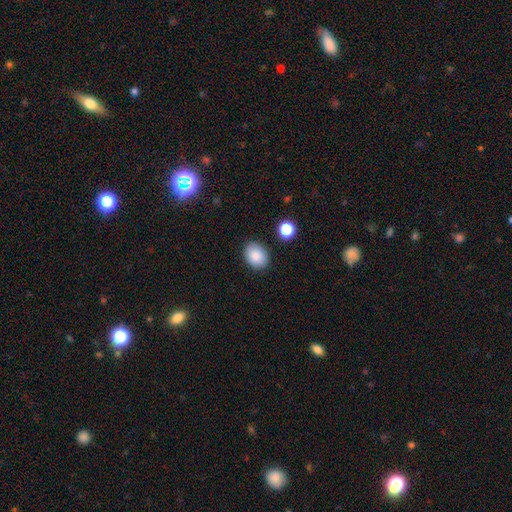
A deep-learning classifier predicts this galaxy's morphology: Q: Smooth or featured?
A: smooth (87%); runner-up: star or artifact (8%)
Q: How rounded?
A: in between (58%); runner-up: round (41%)
Q: Merging?
A: none (85%); runner-up: minor disturbance (10%)